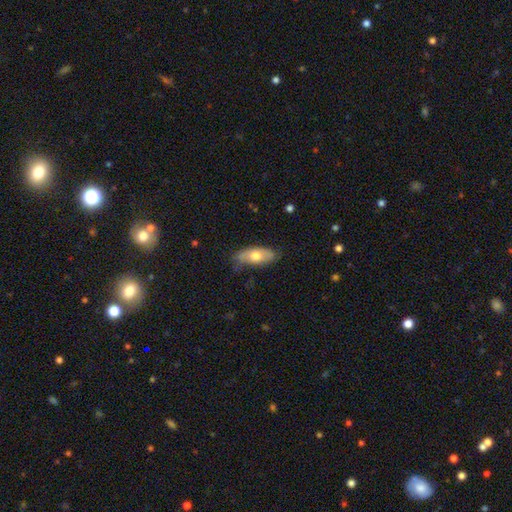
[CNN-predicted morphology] Smooth or featured: smooth — 64% (featured or disk — 30%)
How rounded: in between — 83% (cigar-shaped — 14%)
Merging: none — 70% (minor disturbance — 24%)